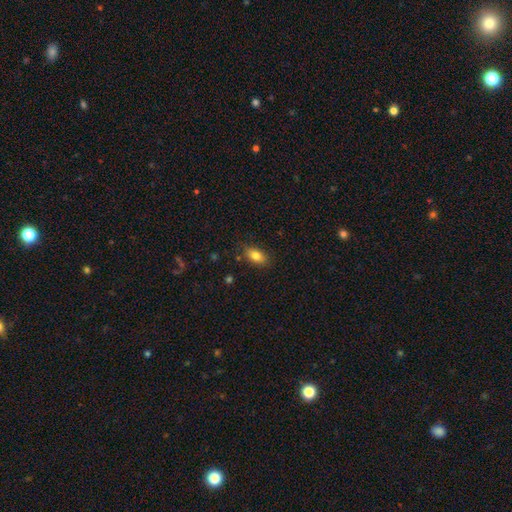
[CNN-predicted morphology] type=smooth (83%); roundness=in between (89%); merging=none (82%).